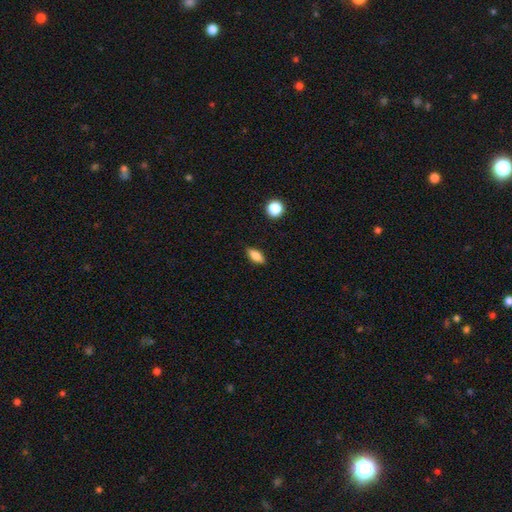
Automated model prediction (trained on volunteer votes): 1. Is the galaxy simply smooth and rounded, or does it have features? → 79% smooth, 13% featured or disk, 8% star or artifact.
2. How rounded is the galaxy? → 78% in between, 17% cigar-shaped, 5% round.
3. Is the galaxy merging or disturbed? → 87% none, 10% minor disturbance, 2% major disturbance, 1% merger.